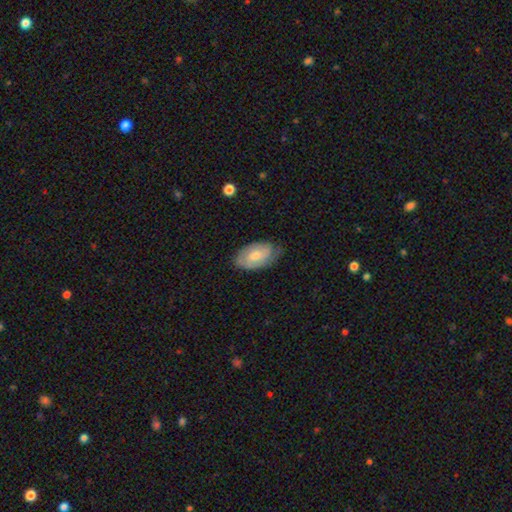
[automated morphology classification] A featured or disk galaxy (58%) with no bar (60%), spiral arms (85%) and a moderate central bulge (48%). Merging: none (69%).